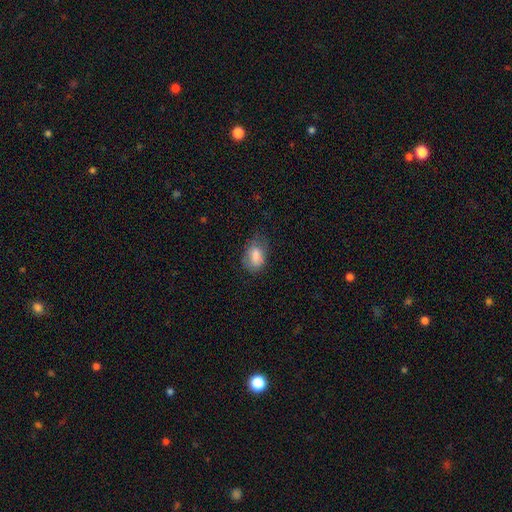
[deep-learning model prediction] smooth-or-featured: smooth: 76% | featured or disk: 16% | star or artifact: 8%
  how-rounded: in between: 86% | round: 13% | cigar-shaped: 2%
  merging: none: 56% | minor disturbance: 29% | major disturbance: 13% | merger: 2%